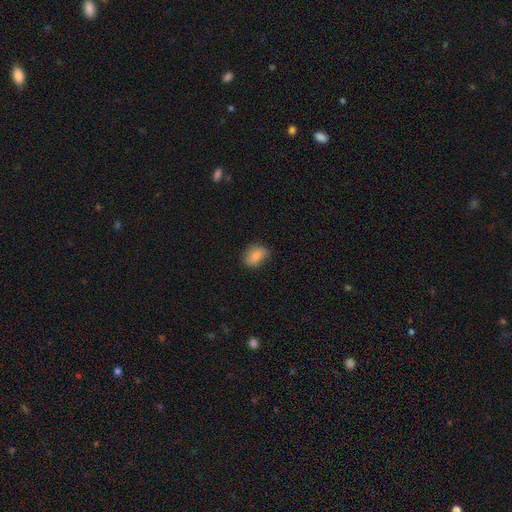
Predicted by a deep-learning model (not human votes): smooth 78%, featured or disk 13%, star or artifact 8%. Down the decision tree: how rounded — in between (78%); merging — none (70%).